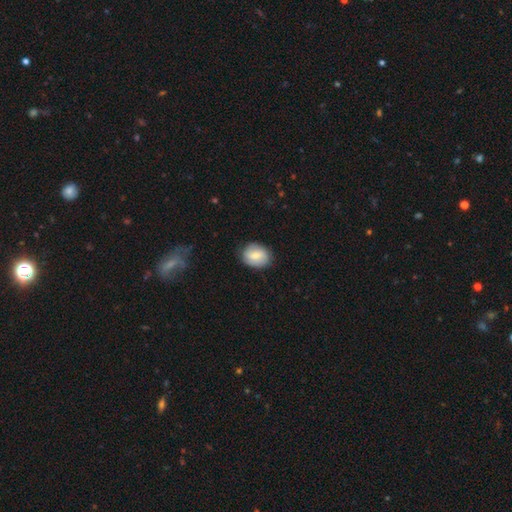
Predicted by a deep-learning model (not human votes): The model was most divided on "how rounded": in between: 50%, round: 49%, cigar-shaped: 1%. More confident: merging — none (82%); smooth or featured — smooth (70%).